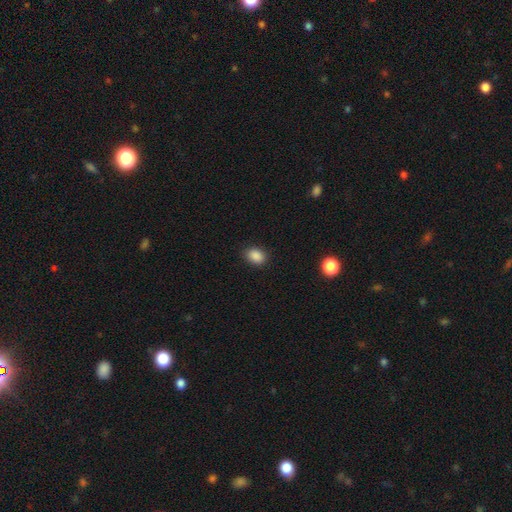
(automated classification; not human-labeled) A smooth galaxy with no disk features (88%) that is in between round and cigar-shaped (73%).

Vote fractions:
- Smooth or featured? smooth: 88% / star or artifact: 9% / featured or disk: 3%
- How rounded? in between: 73% / round: 26% / cigar-shaped: 1%
- Merging? none: 87% / minor disturbance: 10% / major disturbance: 2% / merger: 1%